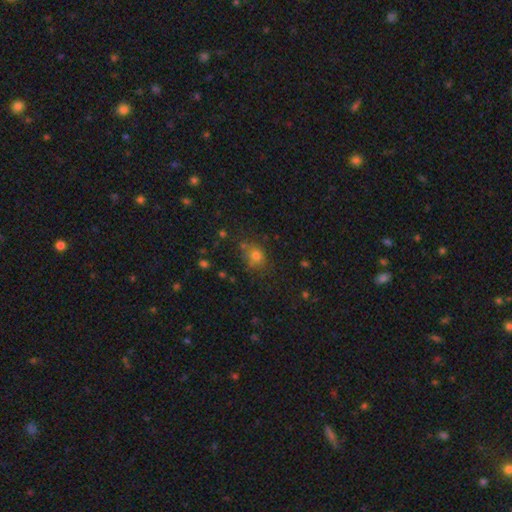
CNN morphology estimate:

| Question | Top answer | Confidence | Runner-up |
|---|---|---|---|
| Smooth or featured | smooth | 73% | star or artifact (18%) |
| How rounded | round | 59% | in between (40%) |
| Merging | none | 66% | minor disturbance (18%) |